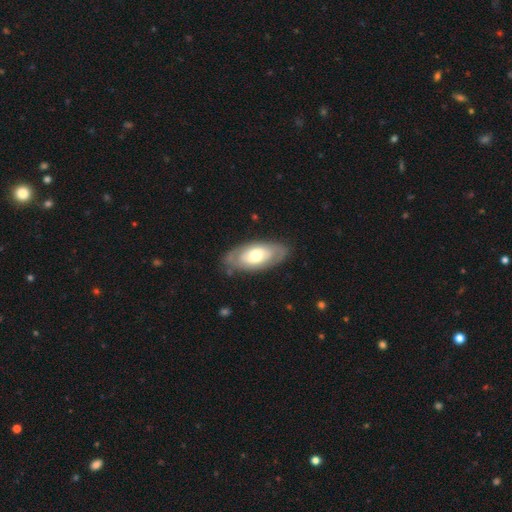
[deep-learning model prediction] Smooth or featured? Predicted: featured or disk (p=0.58). Edge-on disk? Predicted: no (p=0.87). Bar? Predicted: no (p=0.78). Spiral arms? Predicted: no (p=0.63). Bulge size? Predicted: moderate (p=0.66). Merging? Predicted: none (p=0.80).